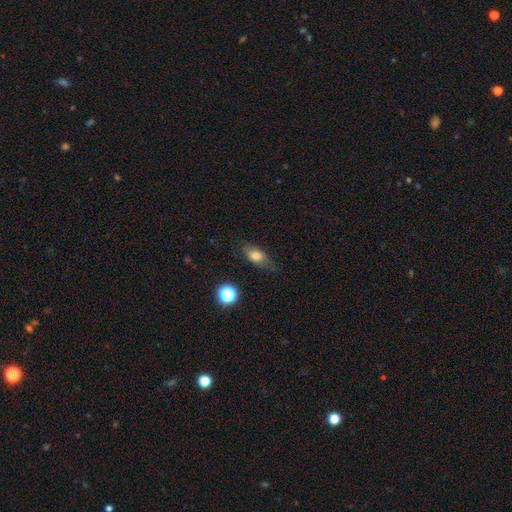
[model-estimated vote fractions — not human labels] A smooth galaxy with no disk features (74%) that is in between round and cigar-shaped (79%).

Vote fractions:
- Smooth or featured? smooth: 74% / featured or disk: 16% / star or artifact: 10%
- How rounded? in between: 79% / round: 12% / cigar-shaped: 9%
- Merging? none: 74% / minor disturbance: 19% / major disturbance: 5% / merger: 2%